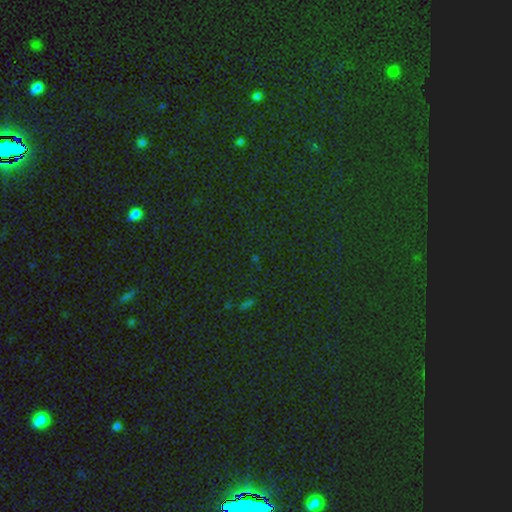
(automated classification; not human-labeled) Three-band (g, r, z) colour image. It shows a star or artifact, not a galaxy (81%).